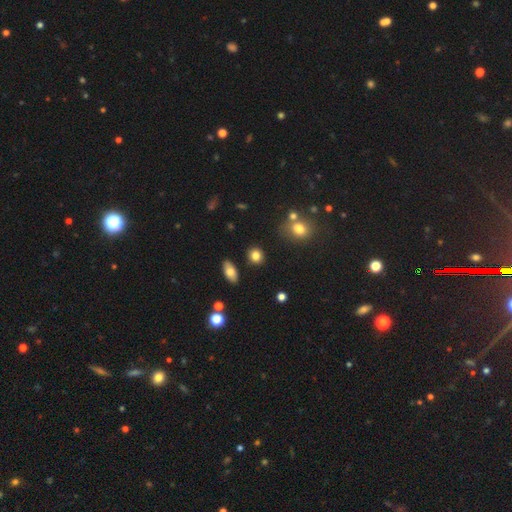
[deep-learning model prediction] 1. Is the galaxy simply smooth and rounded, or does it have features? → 81% smooth, 11% star or artifact, 8% featured or disk.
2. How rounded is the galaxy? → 66% round, 32% in between, 2% cigar-shaped.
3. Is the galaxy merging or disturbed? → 84% none, 9% minor disturbance, 4% merger, 3% major disturbance.